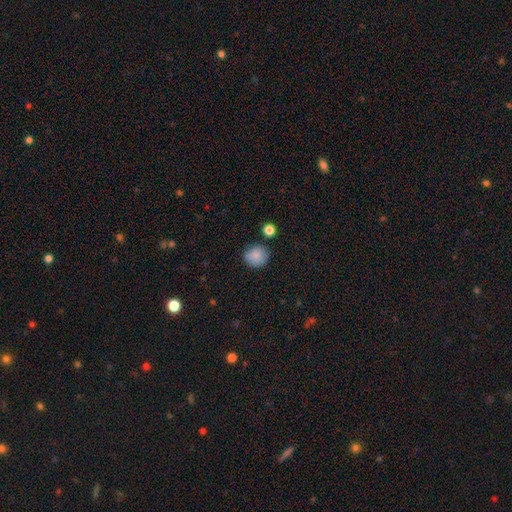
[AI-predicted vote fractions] Smooth or featured: smooth — 85% (star or artifact — 9%)
How rounded: round — 80% (in between — 19%)
Merging: none — 74% (minor disturbance — 18%)